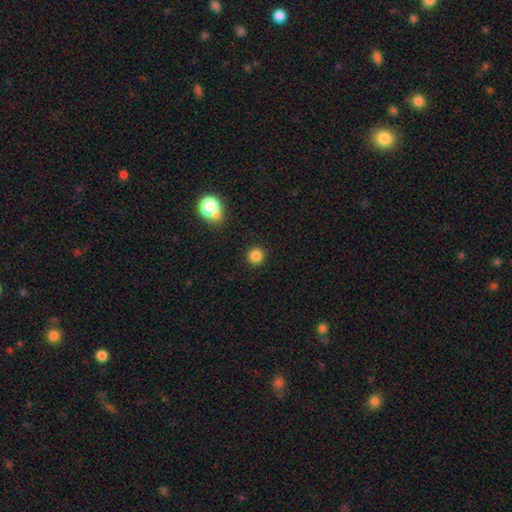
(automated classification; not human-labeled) A smooth galaxy with no disk features (84%) that is round (92%). Merging: none (90%).